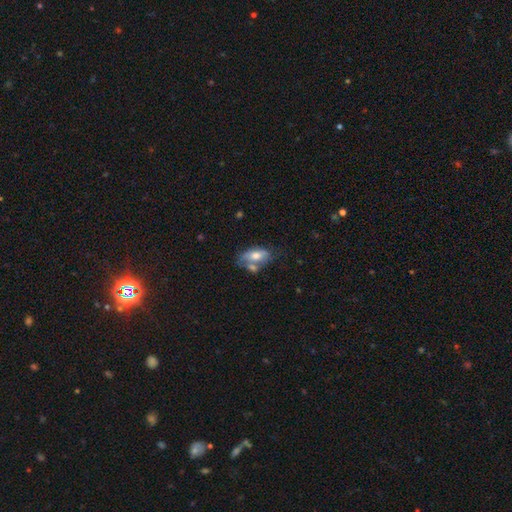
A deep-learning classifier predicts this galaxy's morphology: smooth 61%, featured or disk 32%, star or artifact 7%. Down the decision tree: how rounded — in between (88%); merging — none (36%).